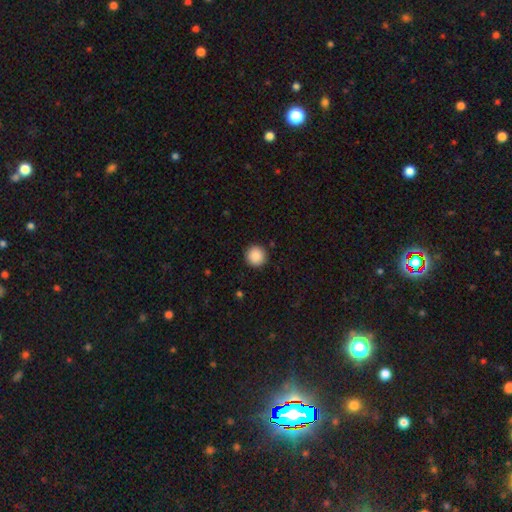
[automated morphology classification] Smooth or featured: smooth — 89% (star or artifact — 8%)
How rounded: round — 96% (in between — 3%)
Merging: none — 92% (minor disturbance — 5%)